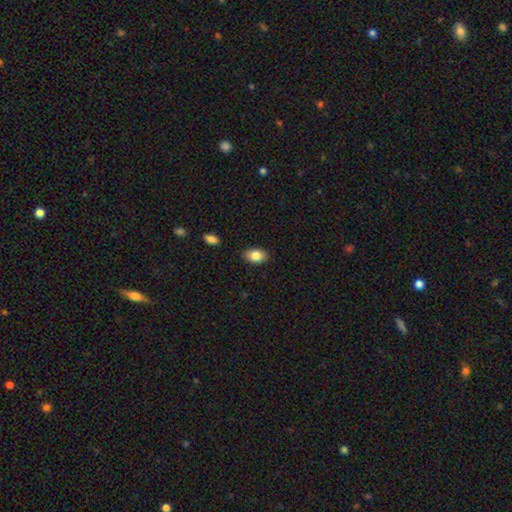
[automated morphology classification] A smooth galaxy with no disk features (85%) that is in between round and cigar-shaped (87%). Merging: none (87%).